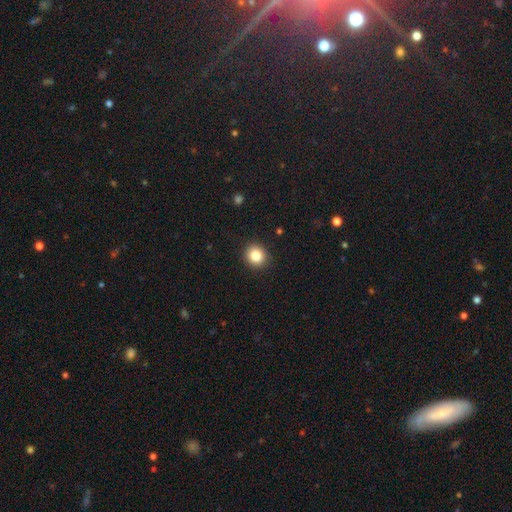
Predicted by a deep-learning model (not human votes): Smooth or featured? smooth (84%)
How rounded? round (86%)
Merging? none (91%)